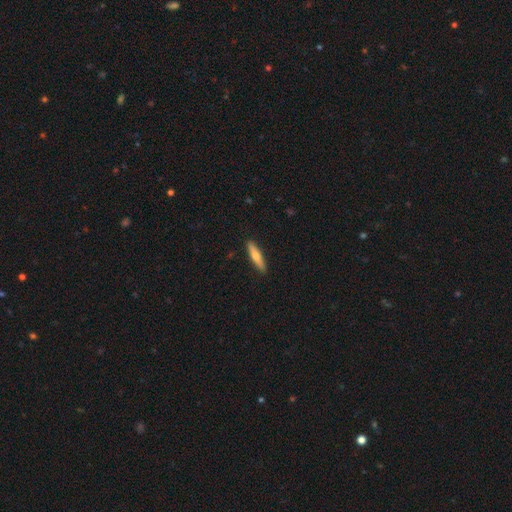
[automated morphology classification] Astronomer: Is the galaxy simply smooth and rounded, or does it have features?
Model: smooth — 63%.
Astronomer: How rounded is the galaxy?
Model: cigar-shaped — 83%.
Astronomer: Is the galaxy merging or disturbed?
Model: none — 91%.